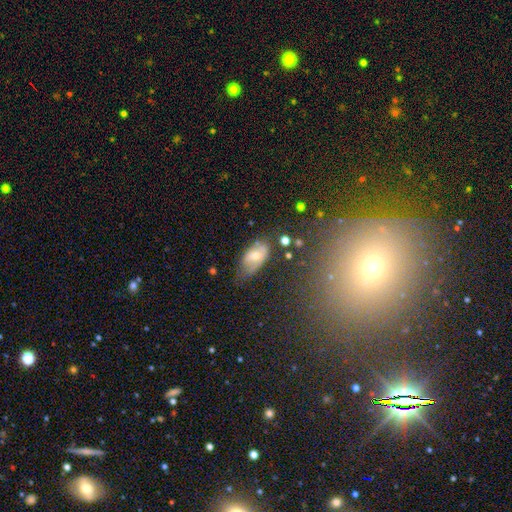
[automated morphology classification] smooth_or_featured: smooth (p=0.57) [alt: featured or disk p=0.34]
how_rounded: in between (p=0.91) [alt: round p=0.05]
merging: none (p=0.52) [alt: minor disturbance p=0.32]